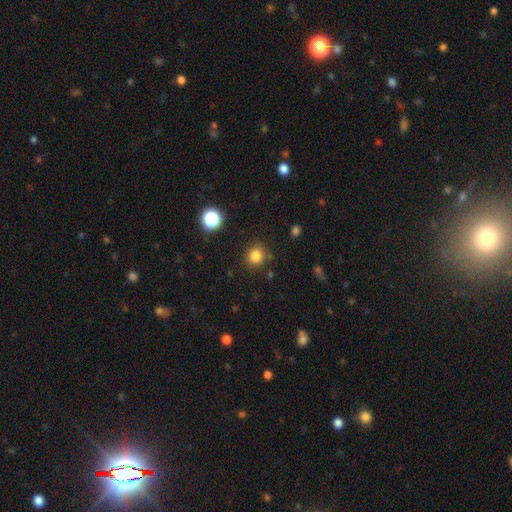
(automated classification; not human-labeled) This is clearly a smooth galaxy (83%). How rounded: clearly round (90%). Merging: clearly none (86%).